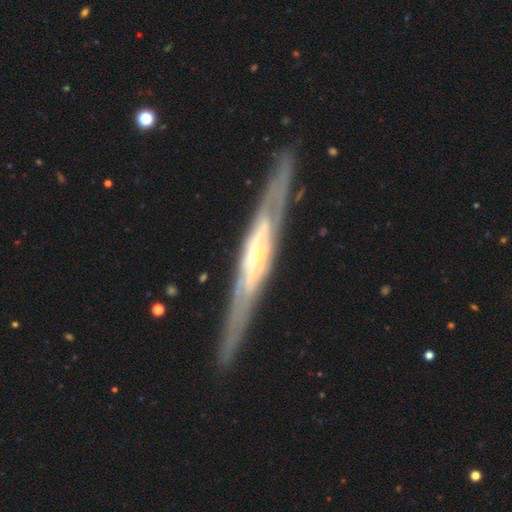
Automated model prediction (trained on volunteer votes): Q: Smooth or featured?
A: featured or disk (84%); runner-up: smooth (10%)
Q: Edge-on disk?
A: yes (79%); runner-up: no (21%)
Q: Edge-on bulge?
A: rounded (67%); runner-up: none (23%)
Q: Merging?
A: none (86%); runner-up: minor disturbance (10%)